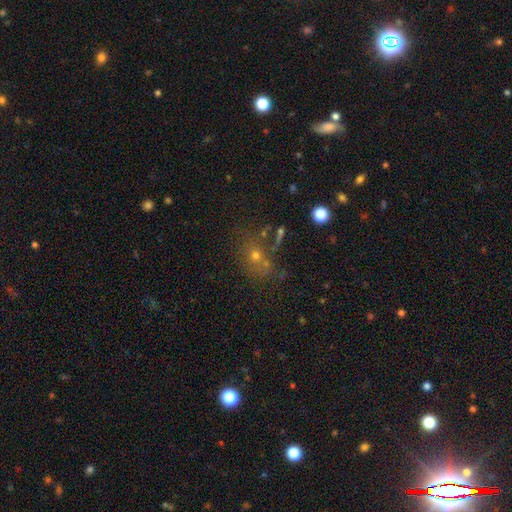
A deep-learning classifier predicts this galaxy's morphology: Q: Smooth or featured?
A: smooth (52%); runner-up: star or artifact (28%)
Q: How rounded?
A: round (63%); runner-up: in between (35%)
Q: Merging?
A: none (53%); runner-up: merger (20%)